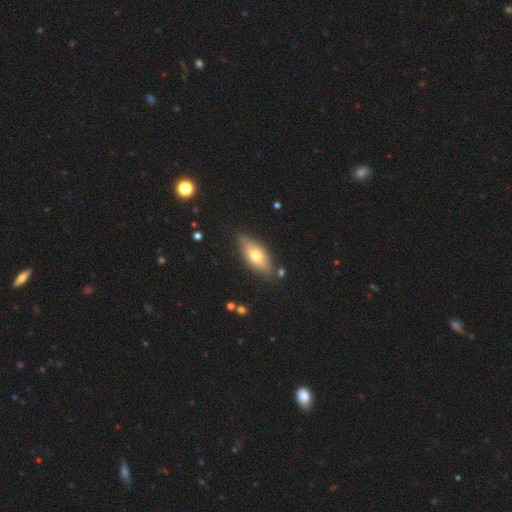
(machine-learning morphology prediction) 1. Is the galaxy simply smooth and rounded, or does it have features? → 63% smooth, 30% featured or disk, 7% star or artifact.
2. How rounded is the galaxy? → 74% in between, 22% cigar-shaped, 3% round.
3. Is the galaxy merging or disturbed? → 82% none, 13% minor disturbance, 3% major disturbance, 2% merger.